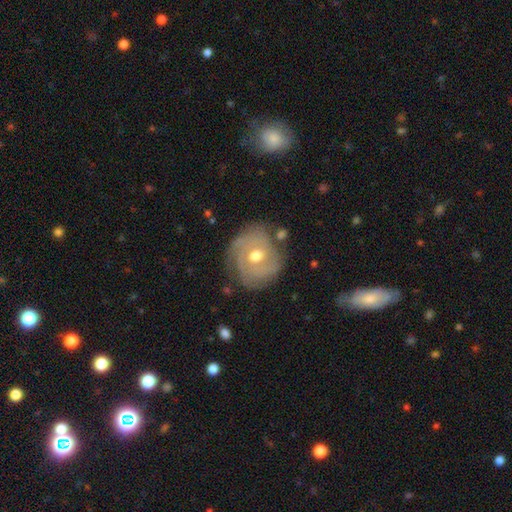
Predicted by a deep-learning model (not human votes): The model was most divided on "spiral arm count": can't tell: 32%, 3: 26%, 2: 24%, 4: 7%, 1: 5%, more than 4: 5%. More confident: edge-on disk — no (97%); spiral arms — yes (88%); smooth or featured — featured or disk (78%); bulge size — moderate (77%); merging — none (73%); bar — no (68%); spiral winding — tight (66%).